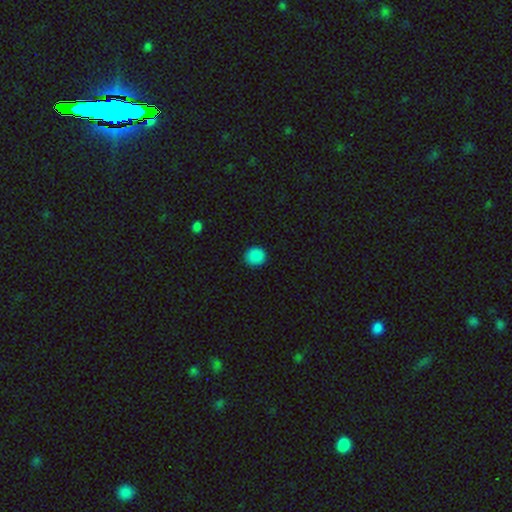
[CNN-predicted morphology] type=smooth (87%); roundness=round (90%); merging=none (91%).